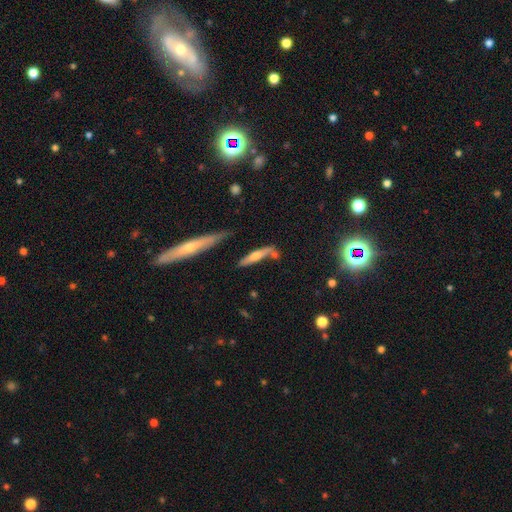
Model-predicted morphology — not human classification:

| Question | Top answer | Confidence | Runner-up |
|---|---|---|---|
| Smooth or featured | smooth | 49% | featured or disk (44%) |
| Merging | none | 55% | minor disturbance (20%) |